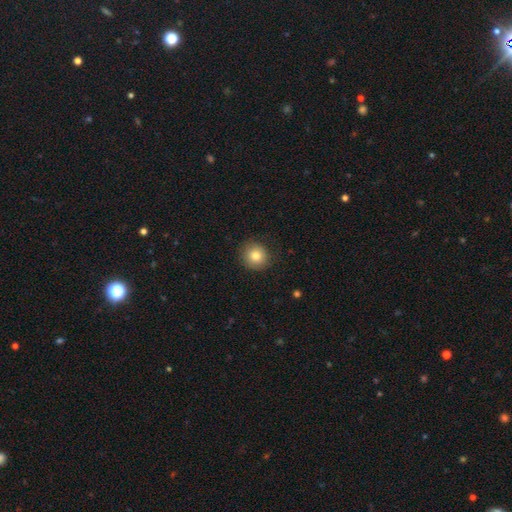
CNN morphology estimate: Overall: smooth (81%). How rounded: round (90%). Merging: none (87%).